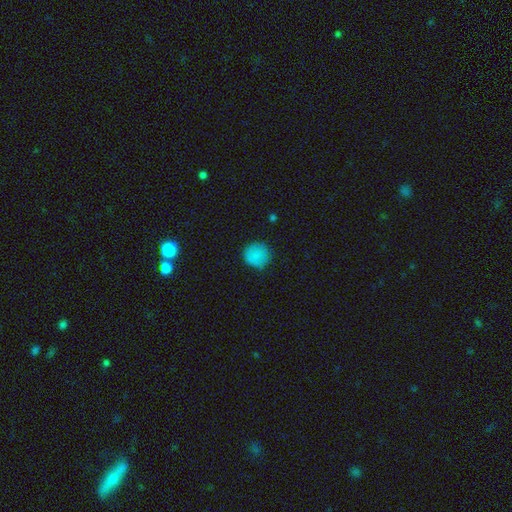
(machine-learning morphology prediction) Smooth or featured? Predicted: smooth (p=0.85). How rounded? Predicted: round (p=0.93). Merging? Predicted: none (p=0.81).